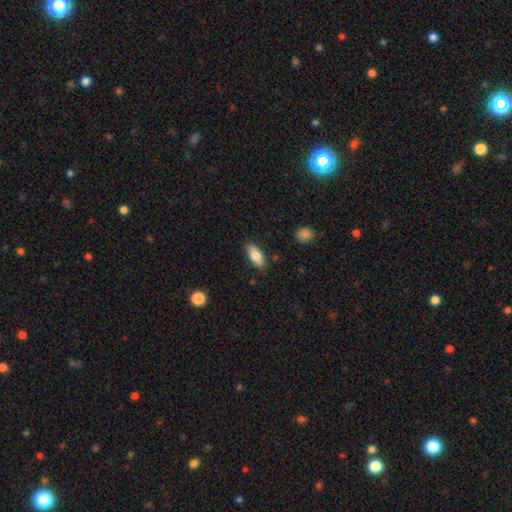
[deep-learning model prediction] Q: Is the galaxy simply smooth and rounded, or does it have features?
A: smooth — 79%.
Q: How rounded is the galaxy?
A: in between — 87%.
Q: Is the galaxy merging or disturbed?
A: none — 86%.